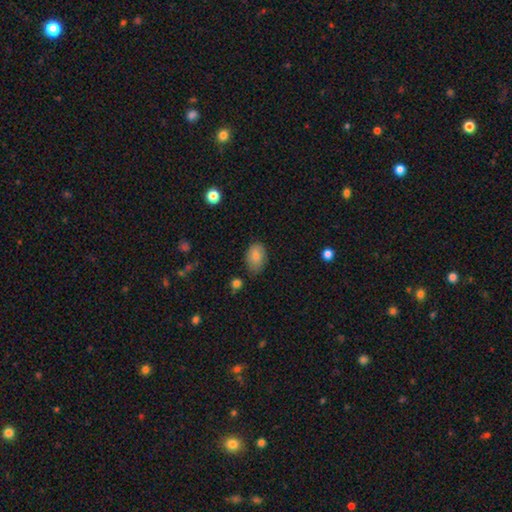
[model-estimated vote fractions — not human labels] Q: Smooth or featured?
A: smooth (82%); runner-up: featured or disk (10%)
Q: How rounded?
A: in between (87%); runner-up: round (12%)
Q: Merging?
A: none (74%); runner-up: minor disturbance (20%)